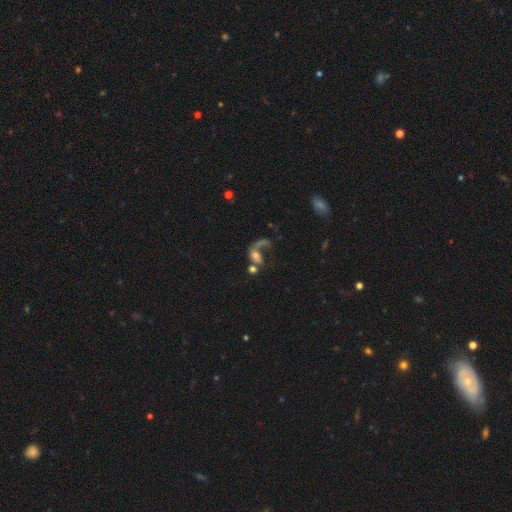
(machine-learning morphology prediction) Smooth or featured?
  - featured or disk: 52% *
  - smooth: 36%
  - star or artifact: 12%
Edge-on disk?
  - no: 95% *
  - yes: 5%
Merging?
  - merger: 35% * (tied)
  - major disturbance: 35% * (tied)
  - none: 21%
  - minor disturbance: 10%